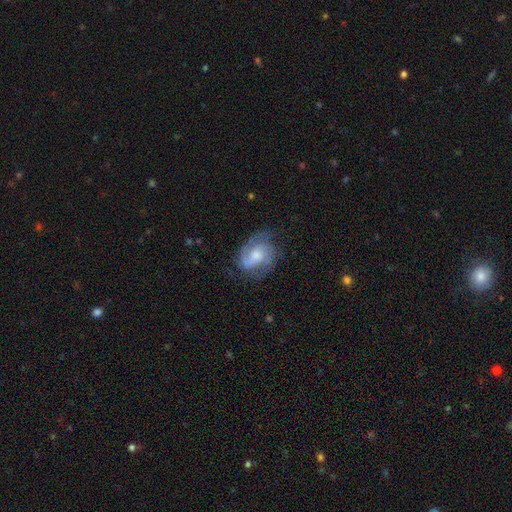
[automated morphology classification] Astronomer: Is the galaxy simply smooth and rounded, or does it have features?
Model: featured or disk — 76%.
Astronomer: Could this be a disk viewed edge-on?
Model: no — 98%.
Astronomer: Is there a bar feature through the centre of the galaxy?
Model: no — 60%.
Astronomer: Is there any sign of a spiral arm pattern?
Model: yes — 93%.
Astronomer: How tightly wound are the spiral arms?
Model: medium — 45% (runner-up: tight, 38%).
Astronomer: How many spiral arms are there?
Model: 2 — 60%.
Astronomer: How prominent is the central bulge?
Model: moderate — 50% (runner-up: small, 26%).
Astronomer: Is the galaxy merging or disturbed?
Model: none — 64%.